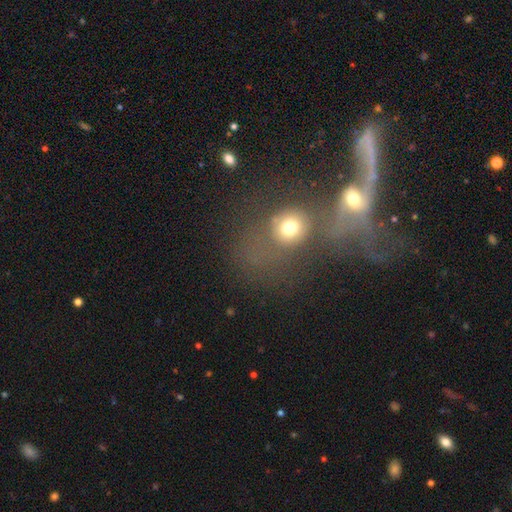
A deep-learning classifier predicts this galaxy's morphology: Overall: smooth (41%; featured or disk 34%). Merging: merger (70%).